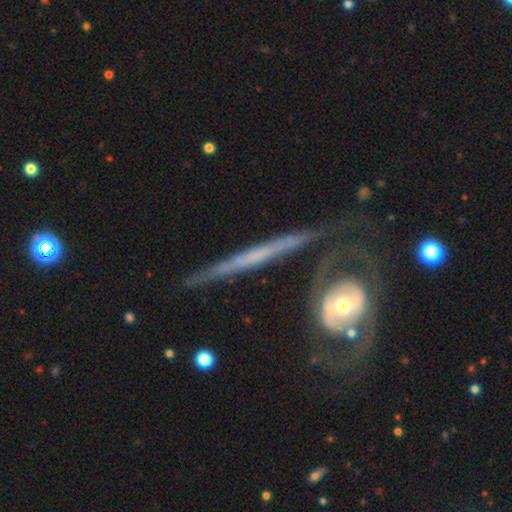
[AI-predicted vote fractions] Smooth or featured: featured or disk — 72% (smooth — 22%)
Edge-on disk: yes — 84% (no — 16%)
Edge-on bulge: none — 76% (rounded — 17%)
Merging: none — 70% (minor disturbance — 18%)